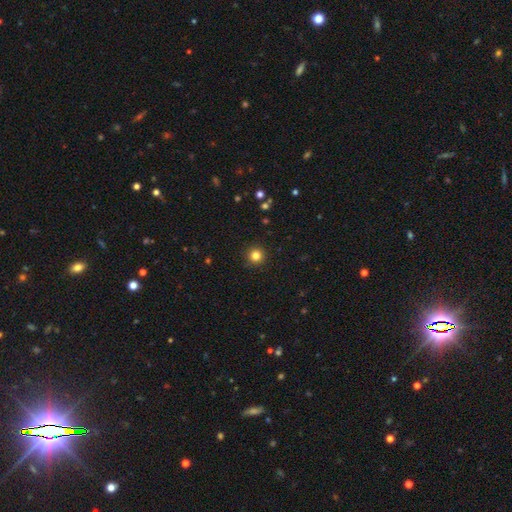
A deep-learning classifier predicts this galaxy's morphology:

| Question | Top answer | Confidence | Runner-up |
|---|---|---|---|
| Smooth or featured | smooth | 82% | star or artifact (13%) |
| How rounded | round | 96% | in between (3%) |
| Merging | none | 93% | minor disturbance (5%) |